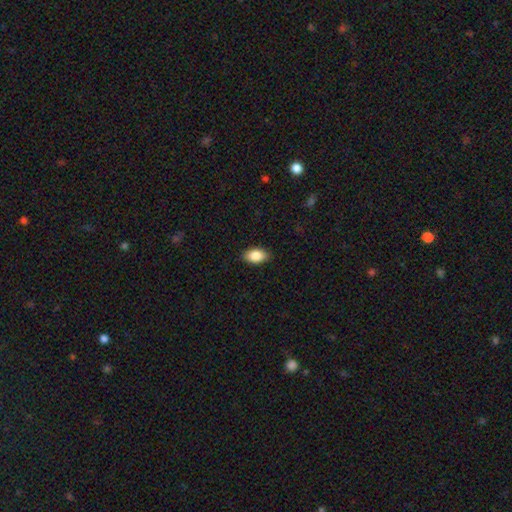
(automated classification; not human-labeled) smooth_or_featured: smooth (p=0.86) [alt: star or artifact p=0.07]
how_rounded: in between (p=0.92) [alt: round p=0.06]
merging: none (p=0.88) [alt: minor disturbance p=0.09]